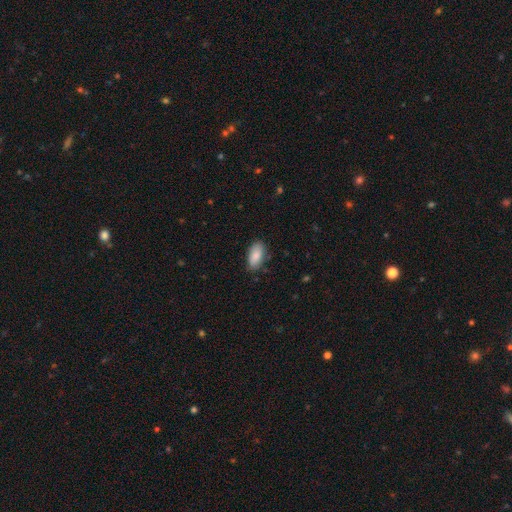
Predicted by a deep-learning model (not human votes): This is clearly a smooth galaxy (87%). How rounded: clearly in between (92%). Merging: clearly none (81%).